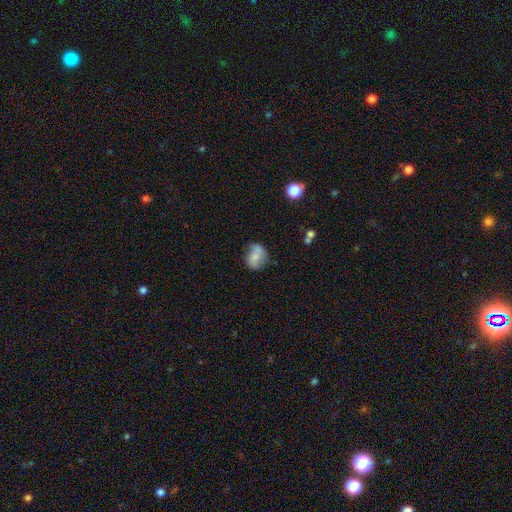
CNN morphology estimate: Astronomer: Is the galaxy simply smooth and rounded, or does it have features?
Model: smooth — 61%.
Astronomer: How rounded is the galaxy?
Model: in between — 50% (runner-up: round, 49%).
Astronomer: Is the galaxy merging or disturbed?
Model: none — 60%.